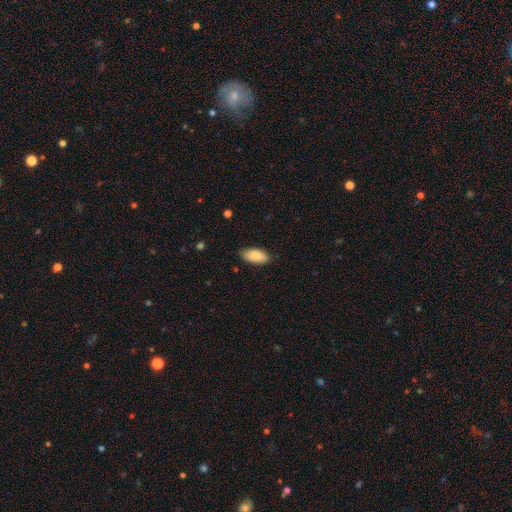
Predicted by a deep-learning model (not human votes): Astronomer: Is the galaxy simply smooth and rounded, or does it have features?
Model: smooth — 87%.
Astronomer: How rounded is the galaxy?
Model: in between — 92%.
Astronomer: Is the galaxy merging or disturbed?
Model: none — 83%.